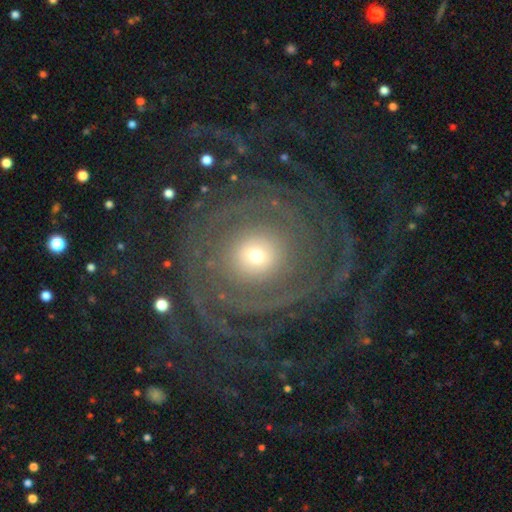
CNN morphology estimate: Smooth or featured?
  - featured or disk: 82% *
  - smooth: 11%
  - star or artifact: 7%
Edge-on disk?
  - no: 97% *
  - yes: 3%
Bar?
  - no: 82% *
  - weak: 12%
  - strong: 6%
Spiral arms?
  - yes: 86% *
  - no: 14%
Spiral winding?
  - tight: 73% *
  - medium: 18%
  - loose: 9%
Spiral arm count?
  - can't tell: 30% *
  - 2: 24%
  - 3: 13%
  - more than 4: 12%
  - 4: 11%
  - 1: 10%
Bulge size?
  - small: 60% *
  - moderate: 32%
  - large: 5%
  - dominant: 2%
  - none: 1%
Merging?
  - none: 76% *
  - major disturbance: 11%
  - minor disturbance: 11%
  - merger: 2%